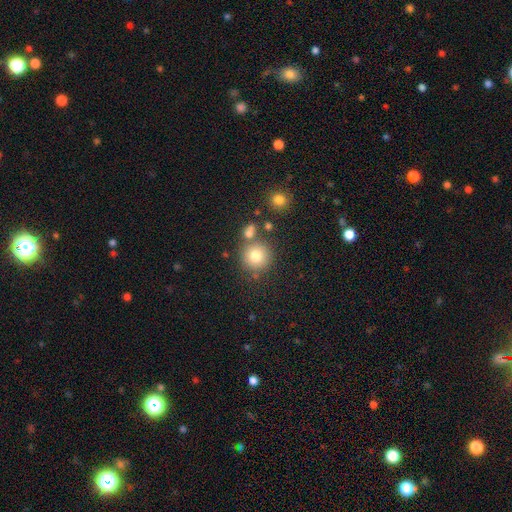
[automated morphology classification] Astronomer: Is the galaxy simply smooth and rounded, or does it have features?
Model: smooth — 78%.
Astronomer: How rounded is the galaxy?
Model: round — 93%.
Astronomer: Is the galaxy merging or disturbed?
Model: none — 74%.